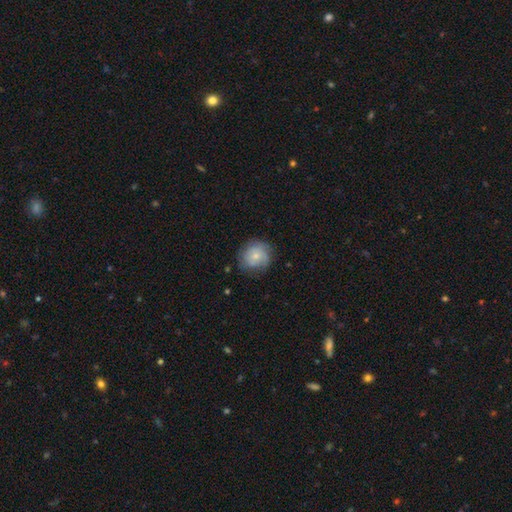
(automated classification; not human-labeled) Smooth or featured?
  - smooth: 66% *
  - featured or disk: 26%
  - star or artifact: 8%
How rounded?
  - round: 86% *
  - in between: 13%
  - cigar-shaped: 1%
Merging?
  - none: 71% *
  - minor disturbance: 21%
  - major disturbance: 7%
  - merger: 1%